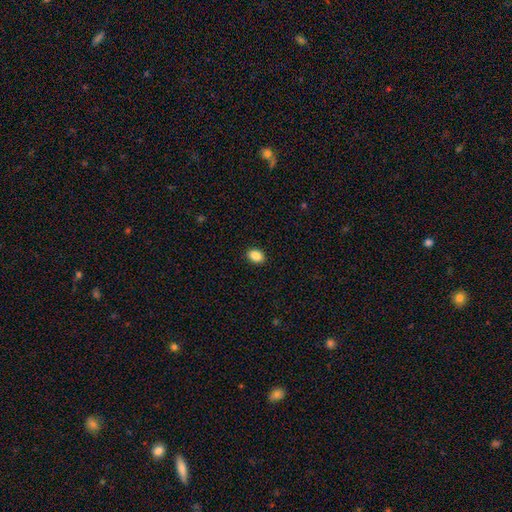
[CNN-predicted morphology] smooth-or-featured: smooth: 88% | star or artifact: 9% | featured or disk: 4%
  how-rounded: in between: 72% | round: 27% | cigar-shaped: 1%
  merging: none: 91% | minor disturbance: 7% | major disturbance: 2% | merger: 1%